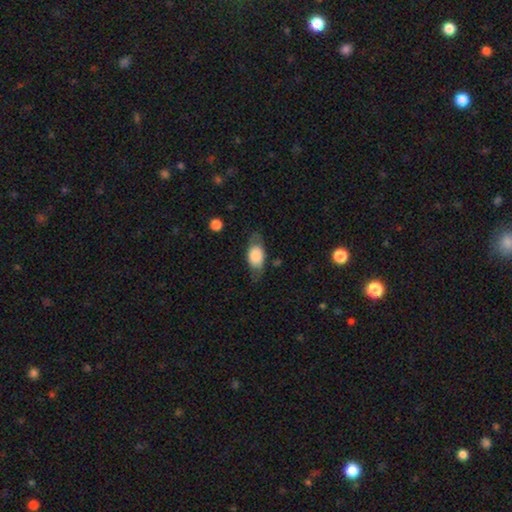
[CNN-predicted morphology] Smooth or featured? smooth (70%)
How rounded? in between (84%)
Merging? none (68%)